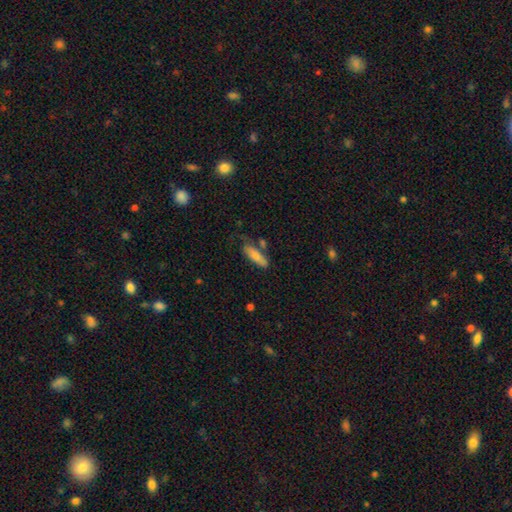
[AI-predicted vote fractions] Q: Smooth or featured?
A: smooth (75%); runner-up: featured or disk (18%)
Q: How rounded?
A: in between (58%); runner-up: cigar-shaped (40%)
Q: Merging?
A: none (47%); runner-up: minor disturbance (28%)